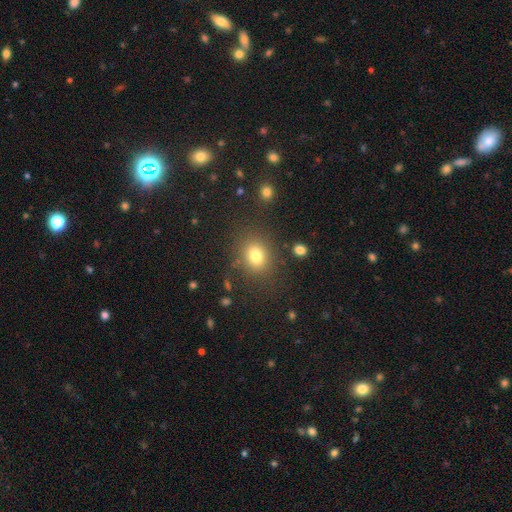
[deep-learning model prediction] Smooth or featured?
  - smooth: 79% *
  - star or artifact: 13%
  - featured or disk: 8%
How rounded?
  - round: 59% *
  - in between: 40%
  - cigar-shaped: 1%
Merging?
  - none: 81% *
  - minor disturbance: 11%
  - major disturbance: 5%
  - merger: 4%